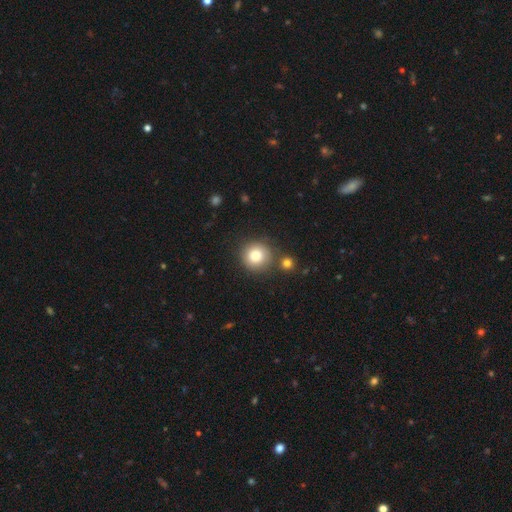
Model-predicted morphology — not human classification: smooth 79%, star or artifact 11%, featured or disk 10%. Down the decision tree: how rounded — round (94%); merging — none (79%).